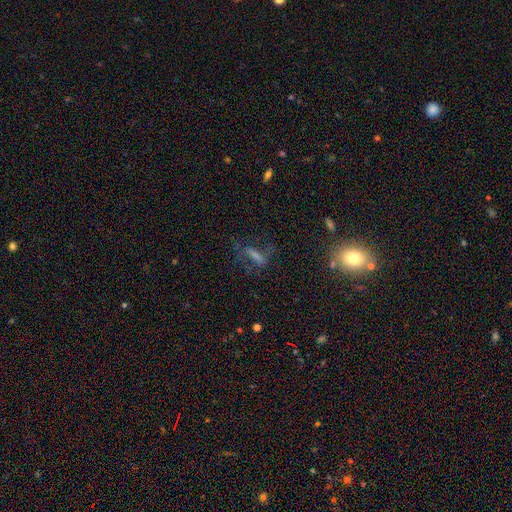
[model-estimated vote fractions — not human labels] This appears to be a featured or disk galaxy (36%, tied with smooth). Merging: none (62%).